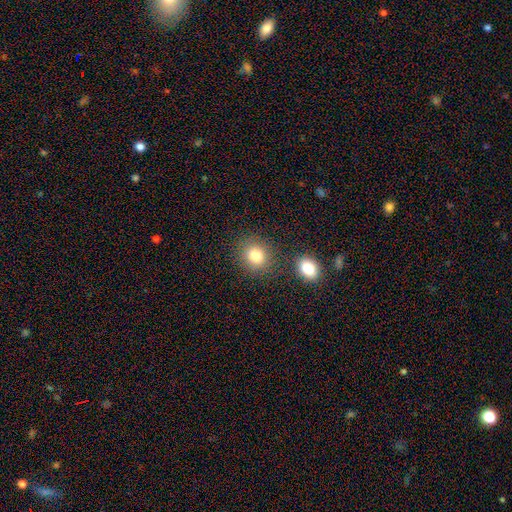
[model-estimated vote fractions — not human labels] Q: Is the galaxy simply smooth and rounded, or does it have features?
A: smooth — 81%.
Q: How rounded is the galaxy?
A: round — 73%.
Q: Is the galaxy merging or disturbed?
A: none — 79%.